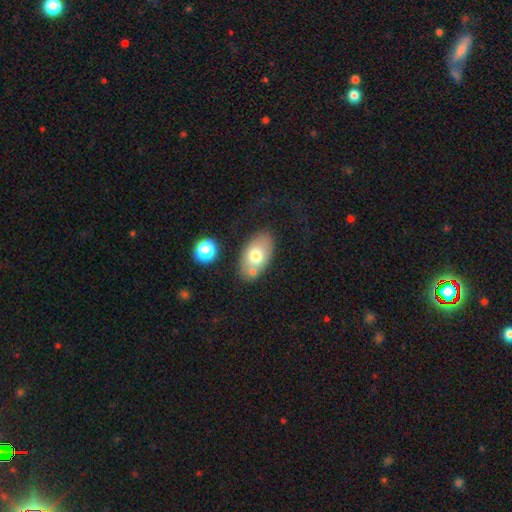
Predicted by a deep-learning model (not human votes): A smooth galaxy with no disk features (71%) that is in between round and cigar-shaped (91%).

Vote fractions:
- Smooth or featured? smooth: 71% / featured or disk: 21% / star or artifact: 8%
- How rounded? in between: 91% / round: 7% / cigar-shaped: 2%
- Merging? none: 70% / minor disturbance: 15% / merger: 11% / major disturbance: 4%